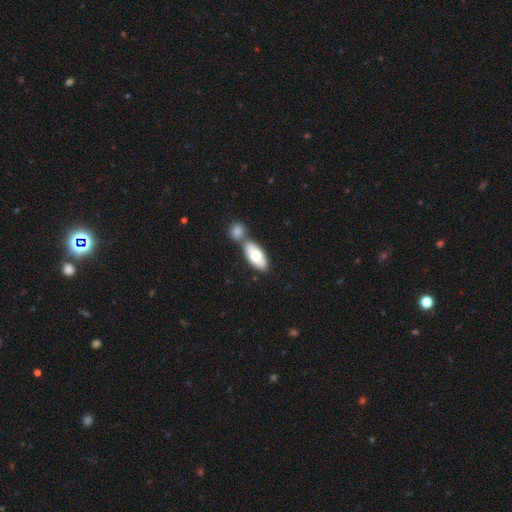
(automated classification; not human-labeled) Smooth or featured: smooth — 67% (featured or disk — 28%)
How rounded: in between — 89% (cigar-shaped — 8%)
Merging: none — 49% (merger — 38%)